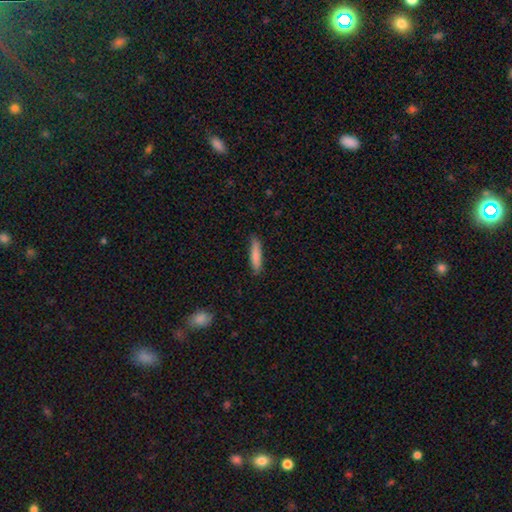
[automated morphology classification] Smooth or featured? smooth (82%)
How rounded? cigar-shaped (84%)
Merging? none (84%)